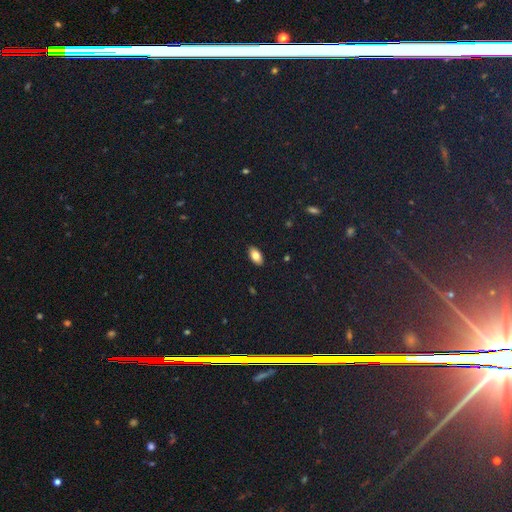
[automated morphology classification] A smooth galaxy with no disk features (81%) that is in between round and cigar-shaped (93%). Merging: none (90%).